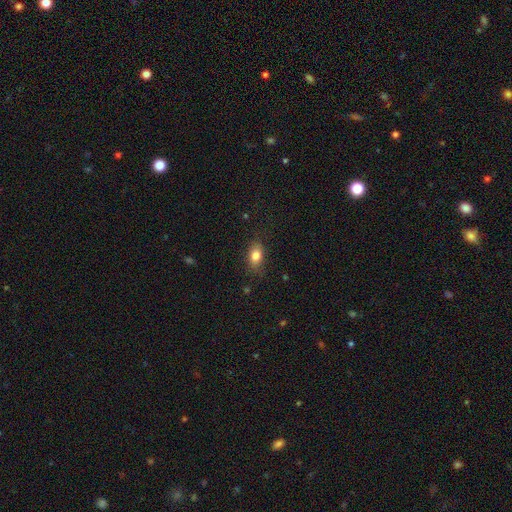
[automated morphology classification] Smooth or featured: smooth — 82% (star or artifact — 9%)
How rounded: in between — 81% (round — 16%)
Merging: none — 80% (minor disturbance — 15%)